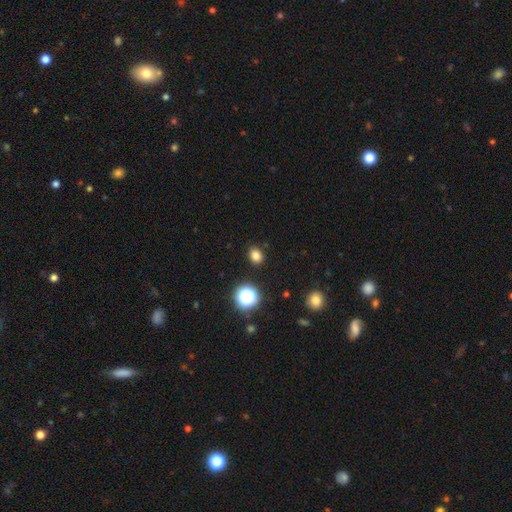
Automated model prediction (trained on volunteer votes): This appears to be a smooth galaxy with no disk features (79%) that is round (54%). Merging: none (88%).